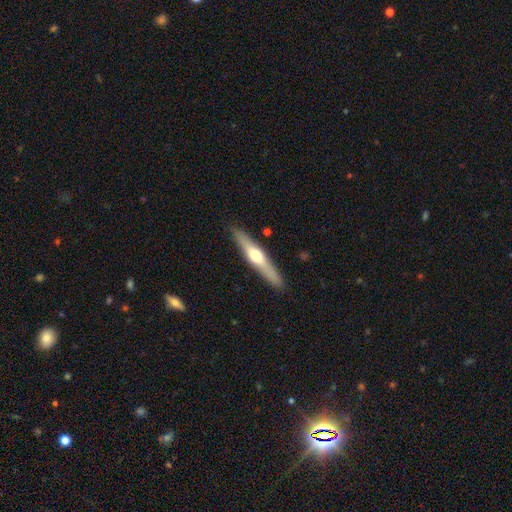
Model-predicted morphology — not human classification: Overall: featured or disk (57%; smooth 38%). Edge-on disk: yes (95%). Edge-on bulge: rounded (90%). Merging: none (90%).